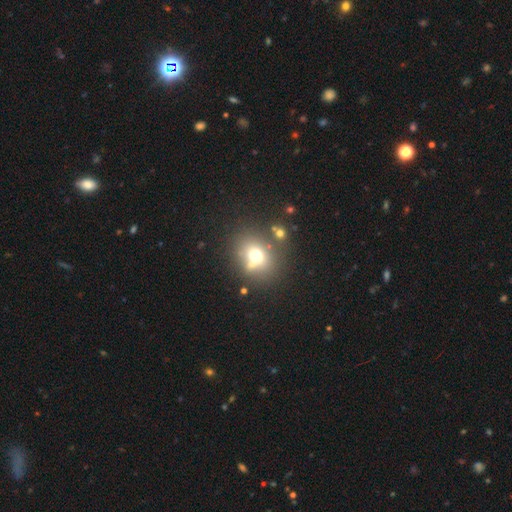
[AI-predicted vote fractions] This is likely a smooth galaxy (67%). How rounded: likely round (65%). Merging: likely none (63%).